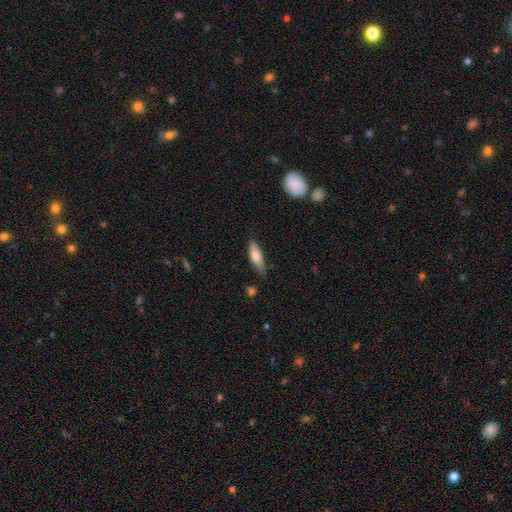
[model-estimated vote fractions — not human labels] Overall: smooth (75%). How rounded: cigar-shaped (50%; in between 48%). Merging: none (73%).